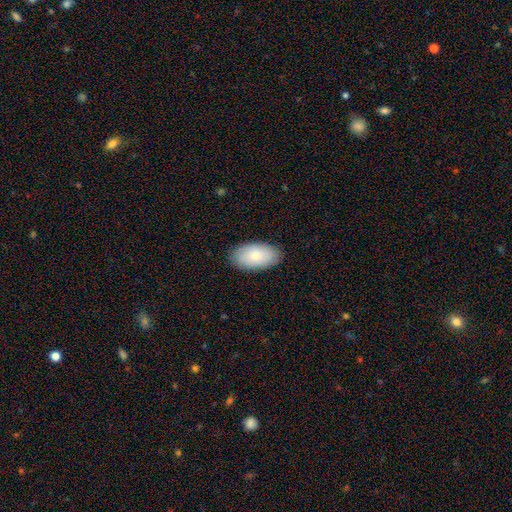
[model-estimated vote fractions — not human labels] smooth-or-featured: smooth: 81% | featured or disk: 13% | star or artifact: 6%
  how-rounded: in between: 95% | round: 3% | cigar-shaped: 2%
  merging: none: 87% | minor disturbance: 10% | major disturbance: 2% | merger: 1%